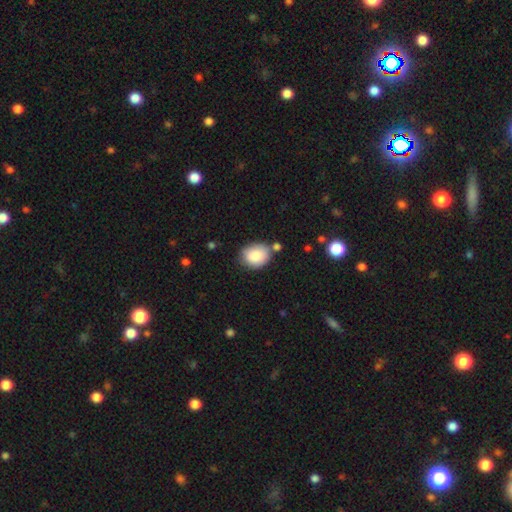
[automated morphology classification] This appears to be a smooth galaxy with no disk features (85%) that is in between round and cigar-shaped (61%). Merging: none (67%).